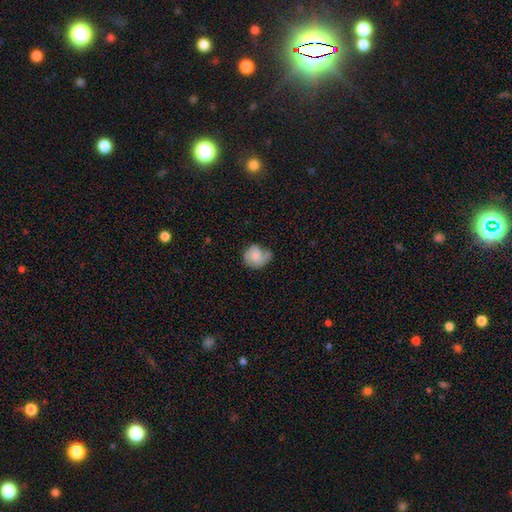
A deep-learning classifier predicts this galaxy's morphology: This appears to be a smooth galaxy with no disk features (54%) that is round (72%). Merging: none (43%).